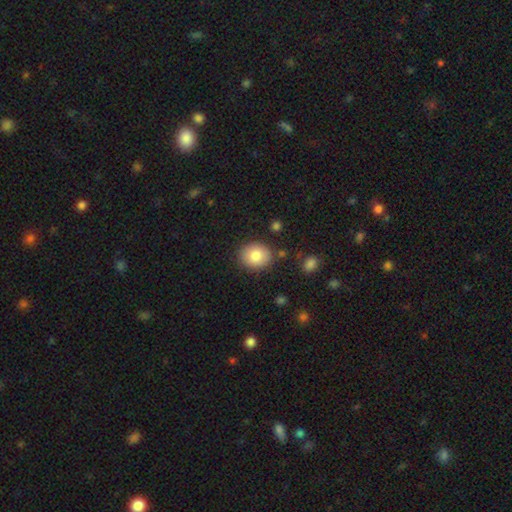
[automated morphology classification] The model was most divided on "how rounded": round: 66%, in between: 34%, cigar-shaped: 1%. More confident: merging — none (85%); smooth or featured — smooth (83%).